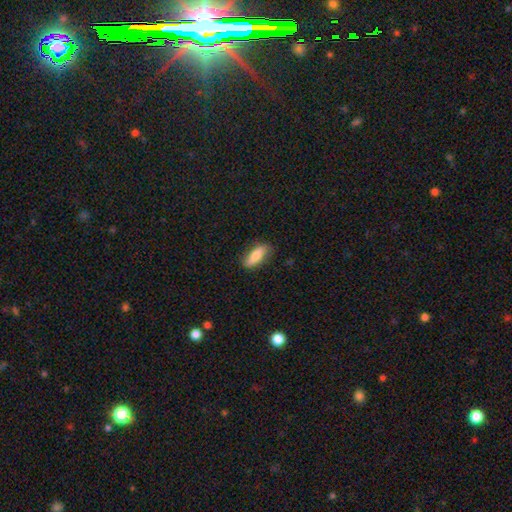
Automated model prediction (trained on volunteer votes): The model was most divided on "how rounded": in between: 60%, cigar-shaped: 37%, round: 2%. More confident: merging — none (80%); smooth or featured — smooth (76%).